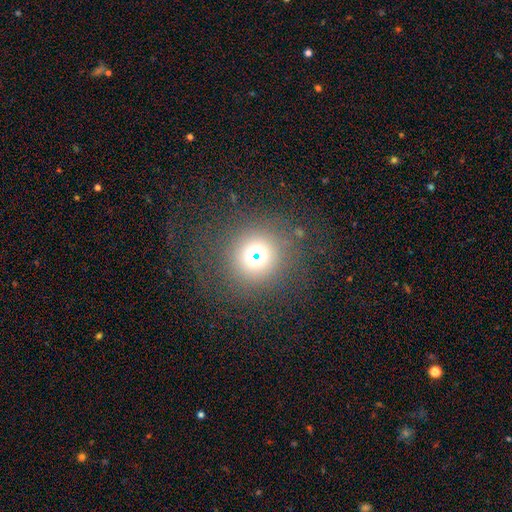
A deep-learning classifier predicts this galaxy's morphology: A smooth galaxy with no disk features (50%) that is round (90%). Merging: none (81%).